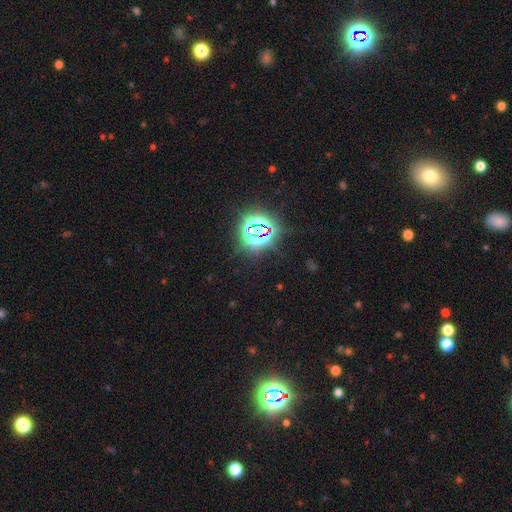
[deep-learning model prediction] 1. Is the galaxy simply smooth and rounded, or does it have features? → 79% star or artifact, 14% smooth, 7% featured or disk.